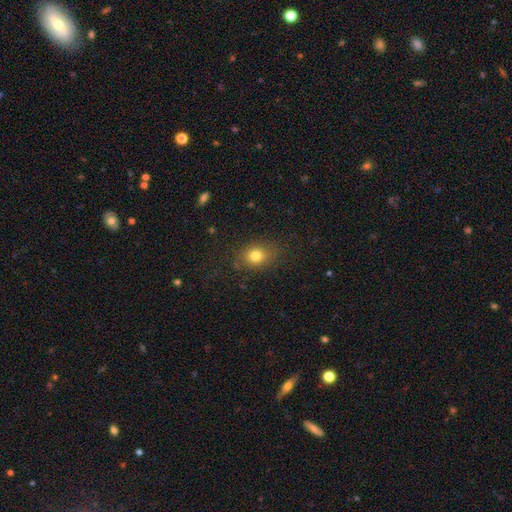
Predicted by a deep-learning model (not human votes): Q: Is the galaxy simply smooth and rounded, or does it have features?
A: smooth — 79%.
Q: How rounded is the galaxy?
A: round — 53%.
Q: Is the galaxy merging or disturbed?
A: none — 81%.